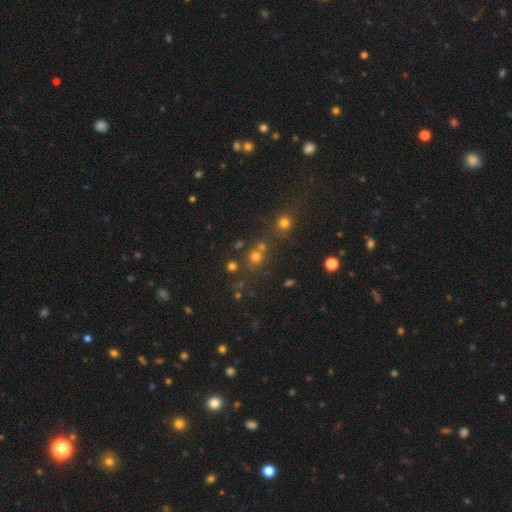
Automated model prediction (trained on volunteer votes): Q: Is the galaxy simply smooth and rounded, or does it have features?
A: smooth — 49%.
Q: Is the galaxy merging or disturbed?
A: none — 64%.